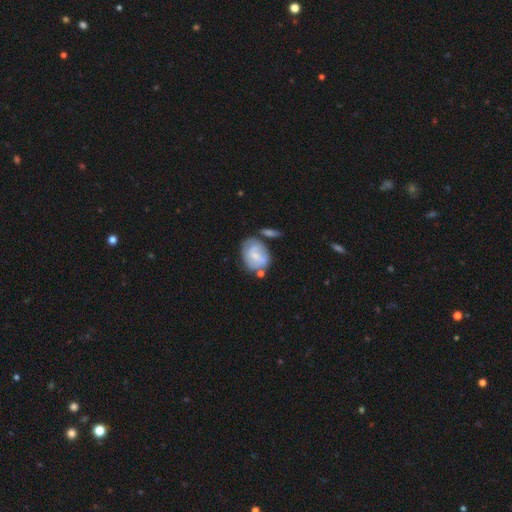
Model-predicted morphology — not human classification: Overall: smooth (47%, tied with featured or disk). Merging: none (50%; minor disturbance 23%).